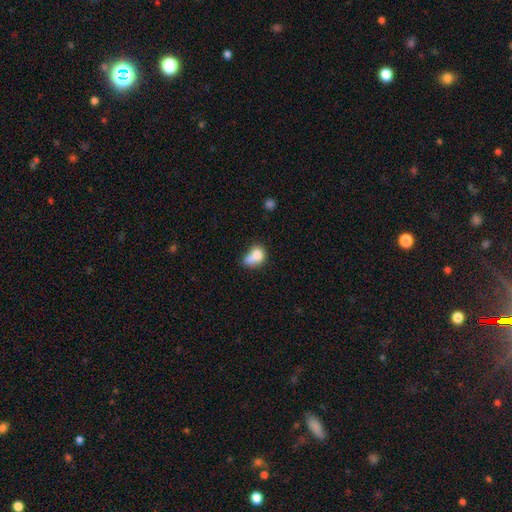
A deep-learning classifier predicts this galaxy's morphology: smooth 74%, featured or disk 15%, star or artifact 10%. Down the decision tree: how rounded — in between (66%); merging — merger (41%).